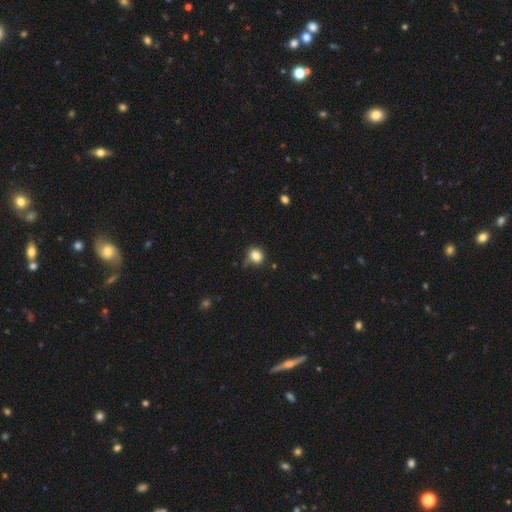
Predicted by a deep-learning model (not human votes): A smooth galaxy with no disk features (84%) that is round (68%). Merging: none (70%).